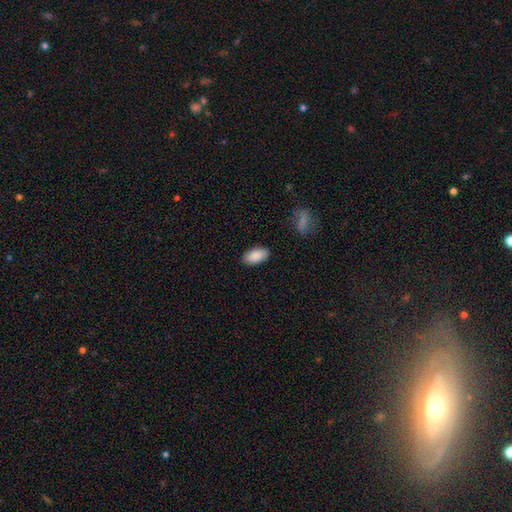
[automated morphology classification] Q: Smooth or featured?
A: smooth (89%); runner-up: star or artifact (6%)
Q: How rounded?
A: in between (95%); runner-up: cigar-shaped (3%)
Q: Merging?
A: none (86%); runner-up: minor disturbance (10%)